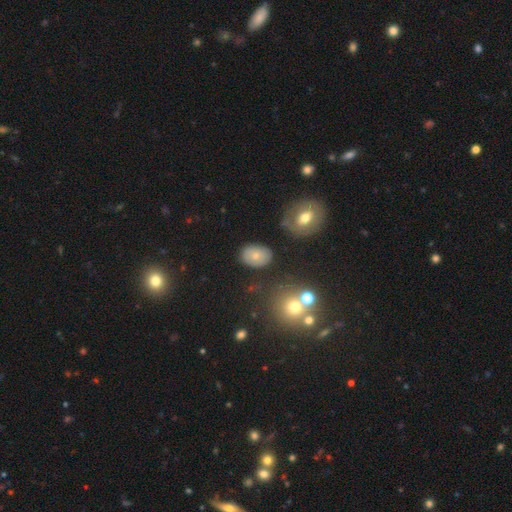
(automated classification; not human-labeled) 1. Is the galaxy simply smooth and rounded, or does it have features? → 68% smooth, 22% featured or disk, 11% star or artifact.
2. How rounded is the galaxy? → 78% in between, 20% round, 1% cigar-shaped.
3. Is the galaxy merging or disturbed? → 78% none, 14% minor disturbance, 5% major disturbance, 3% merger.